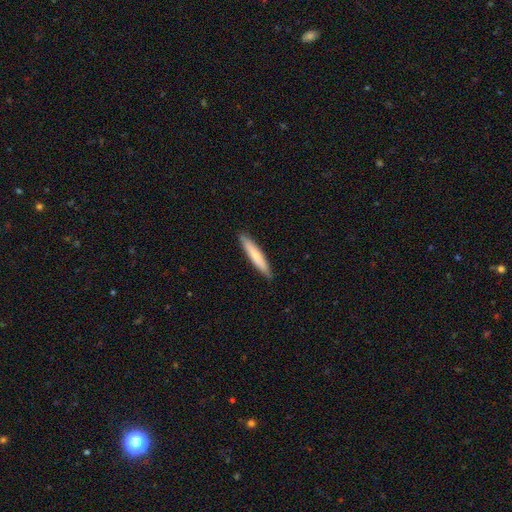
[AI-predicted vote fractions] A smooth galaxy with no disk features (68%) that is cigar-shaped (91%). Merging: none (89%).